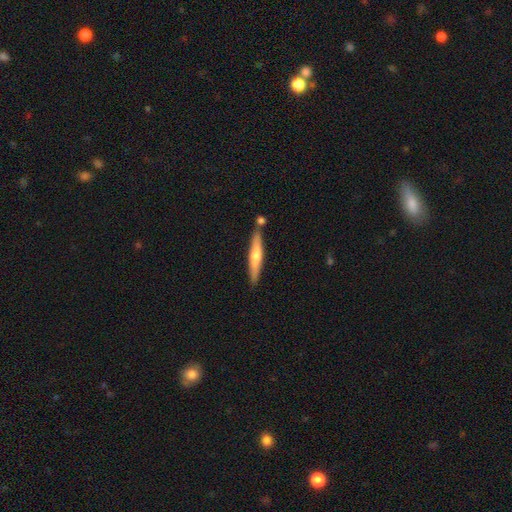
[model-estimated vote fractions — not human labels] The model was most divided on "smooth or featured": smooth: 53%, featured or disk: 42%, star or artifact: 5%. More confident: how rounded — cigar-shaped (91%); merging — none (76%).